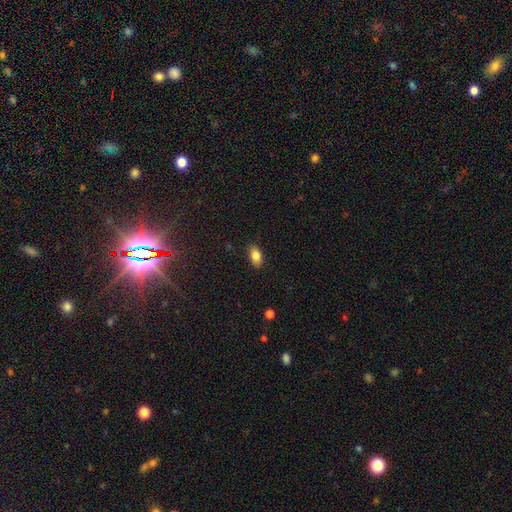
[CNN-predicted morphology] A smooth galaxy with no disk features (84%) that is in between round and cigar-shaped (91%).

Vote fractions:
- Smooth or featured? smooth: 84% / star or artifact: 8% / featured or disk: 8%
- How rounded? in between: 91% / round: 6% / cigar-shaped: 3%
- Merging? none: 86% / minor disturbance: 10% / major disturbance: 2% / merger: 1%